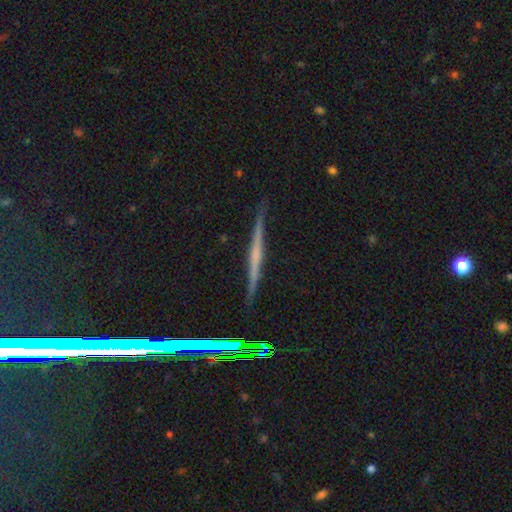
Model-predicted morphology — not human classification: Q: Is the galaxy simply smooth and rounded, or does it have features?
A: featured or disk — 63%.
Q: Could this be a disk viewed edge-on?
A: yes — 98%.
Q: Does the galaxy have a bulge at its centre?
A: none — 58%.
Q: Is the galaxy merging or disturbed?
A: none — 90%.